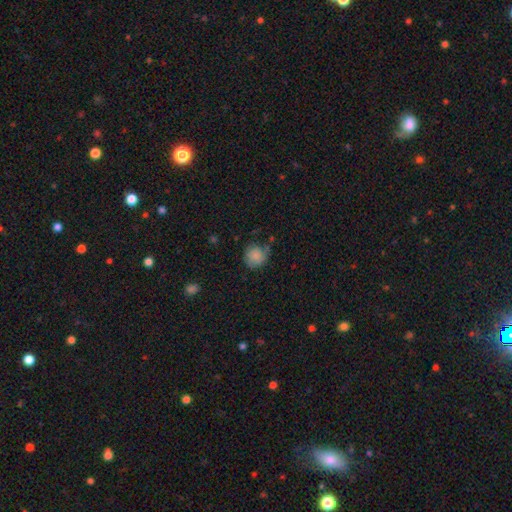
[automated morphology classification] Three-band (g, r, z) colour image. It shows a smooth galaxy with no disk features (82%) that is round (84%). Merging: none (61%).